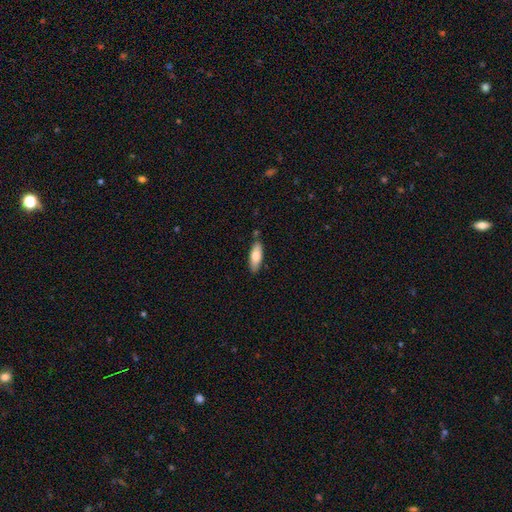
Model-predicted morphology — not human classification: A smooth galaxy with no disk features (73%) that is in between round and cigar-shaped (65%).

Vote fractions:
- Smooth or featured? smooth: 73% / featured or disk: 21% / star or artifact: 6%
- How rounded? in between: 65% / cigar-shaped: 33% / round: 2%
- Merging? none: 82% / minor disturbance: 12% / merger: 3% / major disturbance: 2%